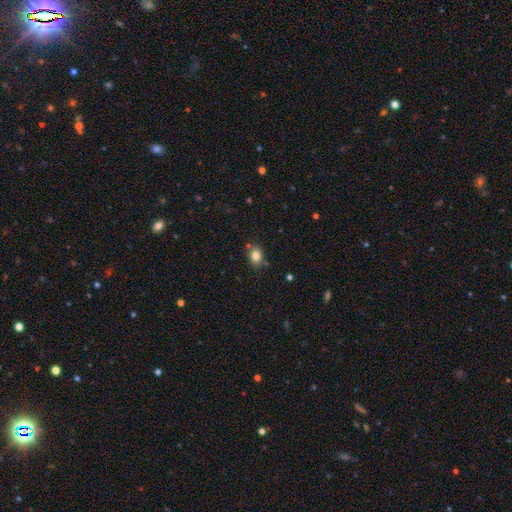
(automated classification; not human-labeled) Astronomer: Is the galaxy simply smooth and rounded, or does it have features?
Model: smooth — 82%.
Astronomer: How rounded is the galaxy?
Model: in between — 55% (runner-up: round, 44%).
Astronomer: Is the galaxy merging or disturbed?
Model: none — 79%.